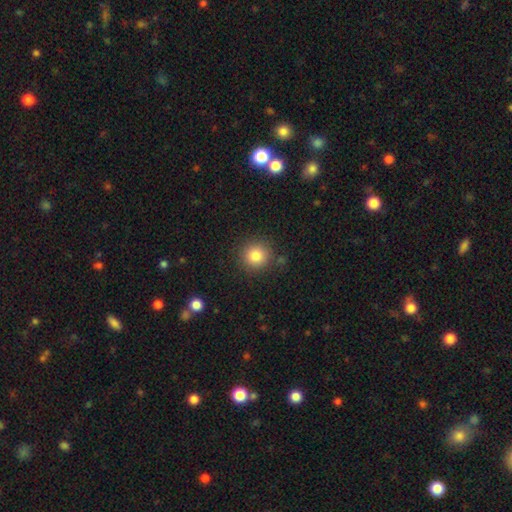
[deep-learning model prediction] Smooth or featured?
  - smooth: 82% *
  - star or artifact: 11%
  - featured or disk: 7%
How rounded?
  - round: 93% *
  - in between: 6%
  - cigar-shaped: 1%
Merging?
  - none: 86% *
  - minor disturbance: 8%
  - major disturbance: 3%
  - merger: 3%